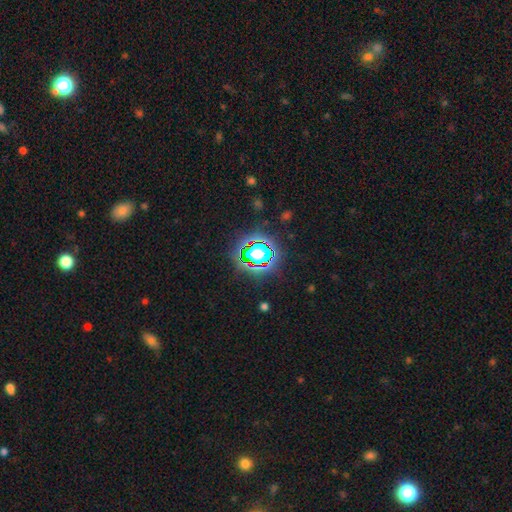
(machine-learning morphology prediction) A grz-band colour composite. It shows a star or artifact, not a galaxy (67%).